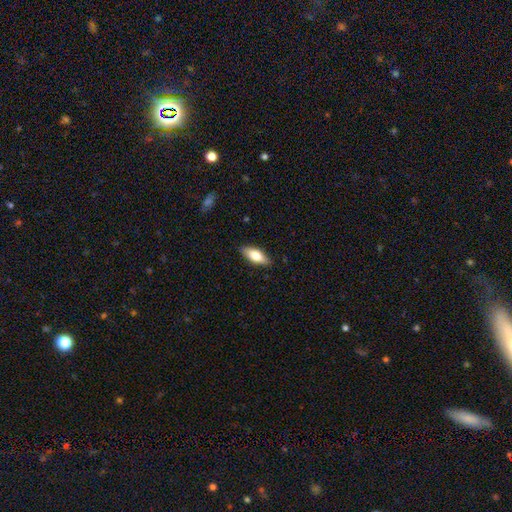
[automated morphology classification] Smooth or featured? Predicted: smooth (p=0.68). How rounded? Predicted: in between (p=0.73). Merging? Predicted: none (p=0.87).